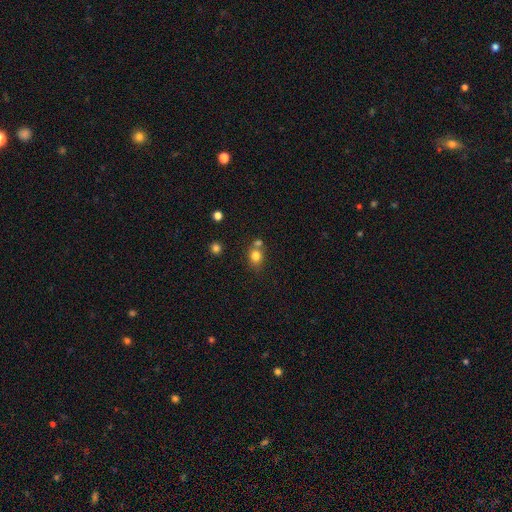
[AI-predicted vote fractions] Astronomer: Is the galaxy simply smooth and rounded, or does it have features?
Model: smooth — 79%.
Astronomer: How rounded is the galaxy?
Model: round — 67%.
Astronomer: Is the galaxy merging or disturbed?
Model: none — 55% (runner-up: merger, 30%).